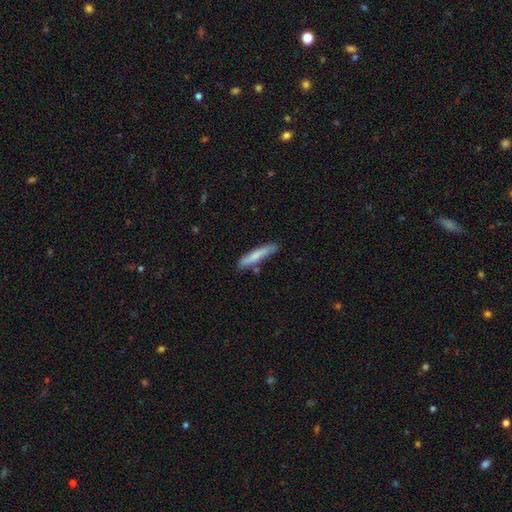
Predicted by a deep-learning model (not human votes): smooth-or-featured: smooth: 72% | featured or disk: 22% | star or artifact: 5%
  how-rounded: cigar-shaped: 91% | in between: 8% | round: 1%
  merging: none: 77% | minor disturbance: 17% | merger: 4% | major disturbance: 3%